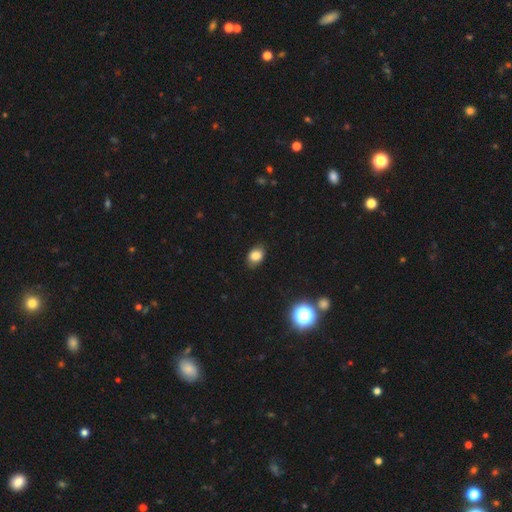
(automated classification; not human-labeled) A smooth galaxy with no disk features (83%) that is in between round and cigar-shaped (70%).

Vote fractions:
- Smooth or featured? smooth: 83% / star or artifact: 11% / featured or disk: 6%
- How rounded? in between: 70% / round: 29% / cigar-shaped: 1%
- Merging? none: 83% / minor disturbance: 13% / major disturbance: 3% / merger: 1%